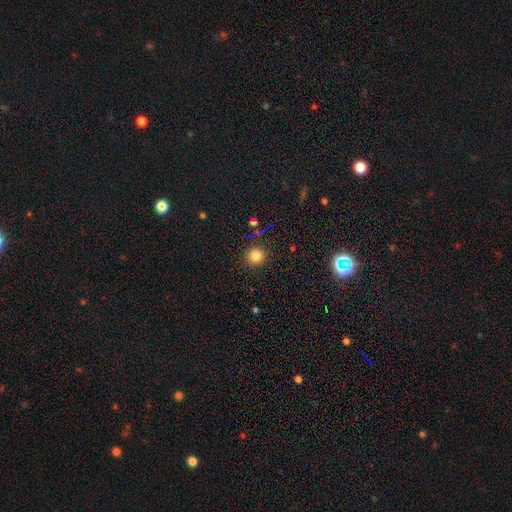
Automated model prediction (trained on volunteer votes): Overall: smooth (78%). How rounded: round (93%). Merging: none (89%).